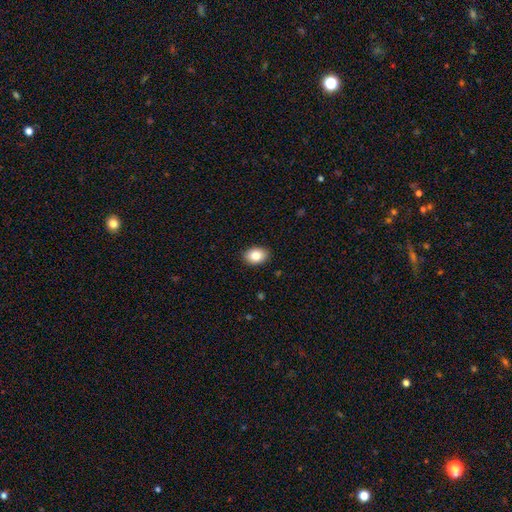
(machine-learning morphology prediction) A smooth galaxy with no disk features (85%) that is in between round and cigar-shaped (71%).

Vote fractions:
- Smooth or featured? smooth: 85% / star or artifact: 8% / featured or disk: 7%
- How rounded? in between: 71% / round: 28% / cigar-shaped: 1%
- Merging? none: 90% / minor disturbance: 7% / major disturbance: 2% / merger: 1%